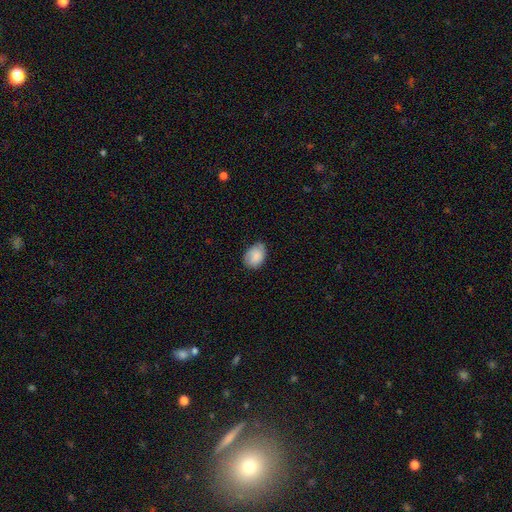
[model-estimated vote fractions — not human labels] smooth_or_featured: smooth (p=0.82) [alt: featured or disk p=0.11]
how_rounded: in between (p=0.74) [alt: round p=0.25]
merging: none (p=0.66) [alt: minor disturbance p=0.28]